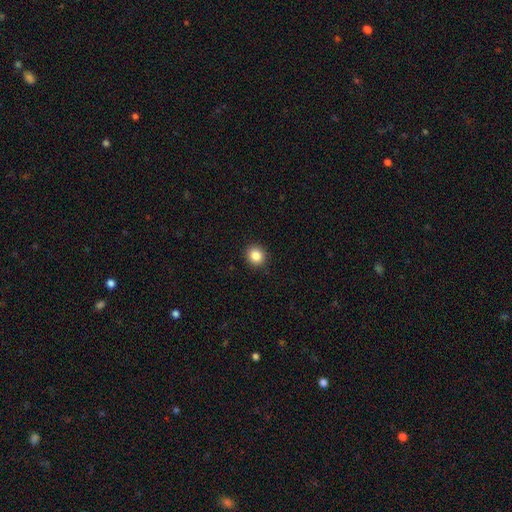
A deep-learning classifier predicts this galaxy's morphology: smooth_or_featured: smooth (p=0.86) [alt: star or artifact p=0.10]
how_rounded: round (p=0.79) [alt: in between p=0.20]
merging: none (p=0.92) [alt: minor disturbance p=0.06]